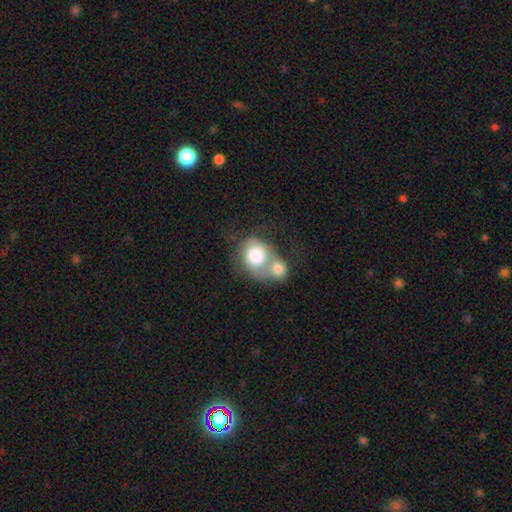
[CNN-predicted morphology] Smooth or featured? Predicted: smooth (p=0.69). How rounded? Predicted: round (p=0.54). Merging? Predicted: merger (p=0.69).